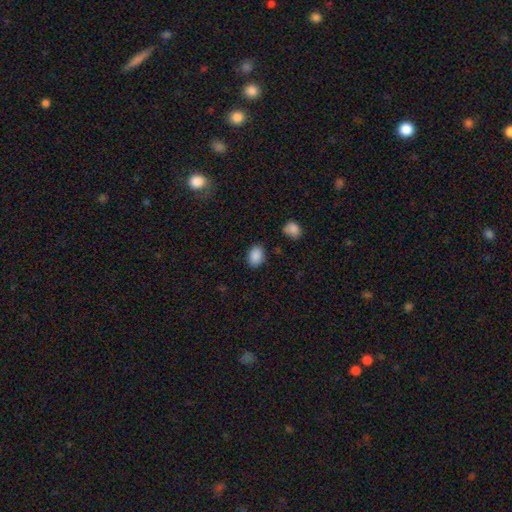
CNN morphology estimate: Smooth or featured: smooth — 88% (star or artifact — 8%)
How rounded: in between — 76% (round — 22%)
Merging: none — 82% (minor disturbance — 13%)